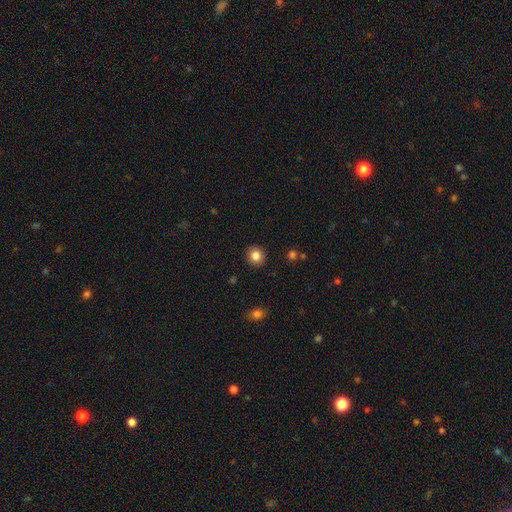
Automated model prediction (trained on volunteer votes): Smooth or featured?
  - smooth: 84% *
  - star or artifact: 10%
  - featured or disk: 6%
How rounded?
  - round: 89% *
  - in between: 10%
  - cigar-shaped: 1%
Merging?
  - none: 92% *
  - minor disturbance: 5%
  - major disturbance: 2%
  - merger: 1%